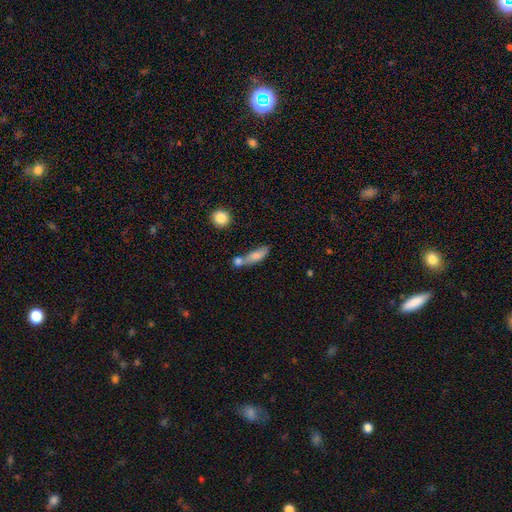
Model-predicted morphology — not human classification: A smooth galaxy with no disk features (73%) that is in between round and cigar-shaped (50%). Merging: merger (41%).